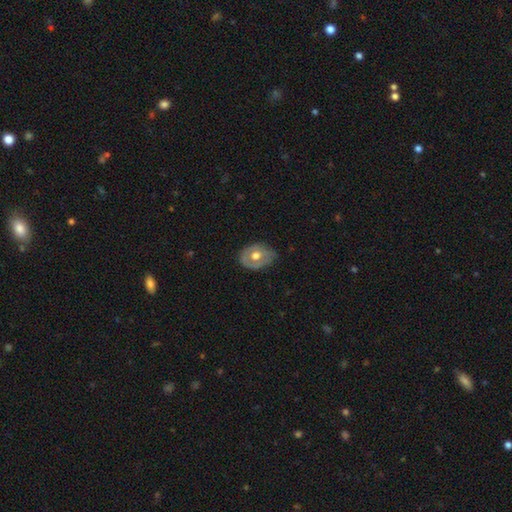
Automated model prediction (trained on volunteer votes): A featured or disk galaxy (52%). Merging: none (61%).